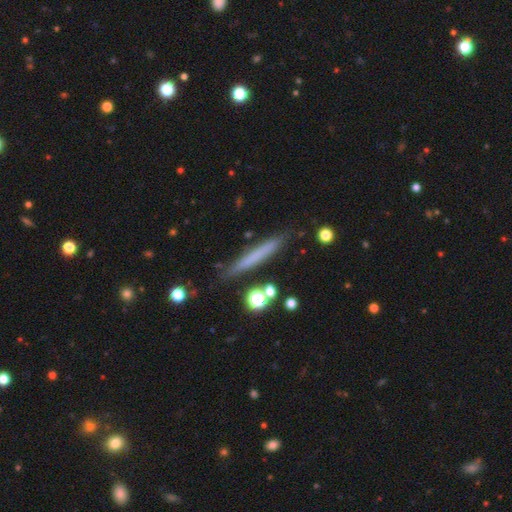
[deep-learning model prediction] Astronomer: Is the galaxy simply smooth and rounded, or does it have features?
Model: smooth — 60%.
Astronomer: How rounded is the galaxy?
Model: cigar-shaped — 95%.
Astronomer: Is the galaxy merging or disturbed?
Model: none — 84%.